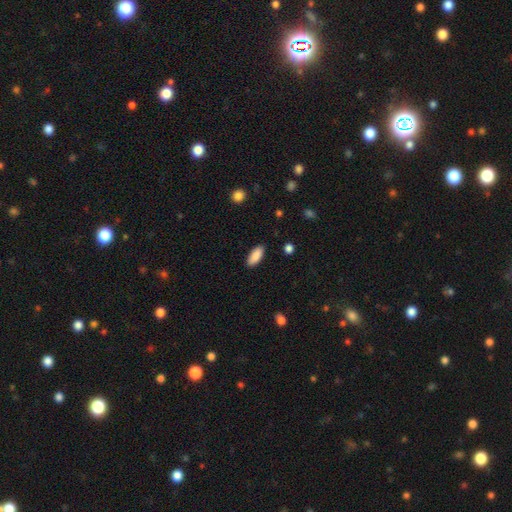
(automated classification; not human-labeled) Overall: smooth (90%). How rounded: in between (81%). Merging: none (88%).